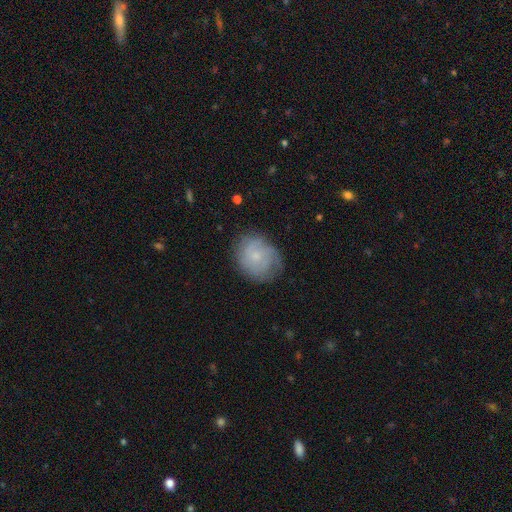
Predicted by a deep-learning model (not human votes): This is possibly a featured or disk galaxy (47%). Merging: likely none (68%).